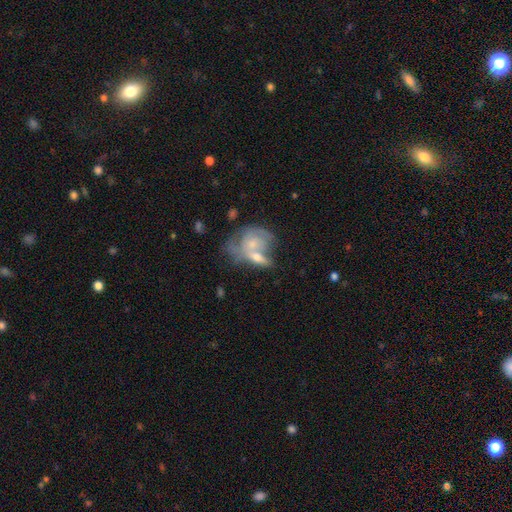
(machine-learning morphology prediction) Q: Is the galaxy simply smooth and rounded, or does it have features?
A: featured or disk — 62%.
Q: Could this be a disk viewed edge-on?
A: no — 96%.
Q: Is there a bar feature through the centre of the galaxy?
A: no — 66%.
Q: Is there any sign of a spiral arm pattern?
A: yes — 64%.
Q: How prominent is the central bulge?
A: small — 53%.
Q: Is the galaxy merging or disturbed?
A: merger — 38%.